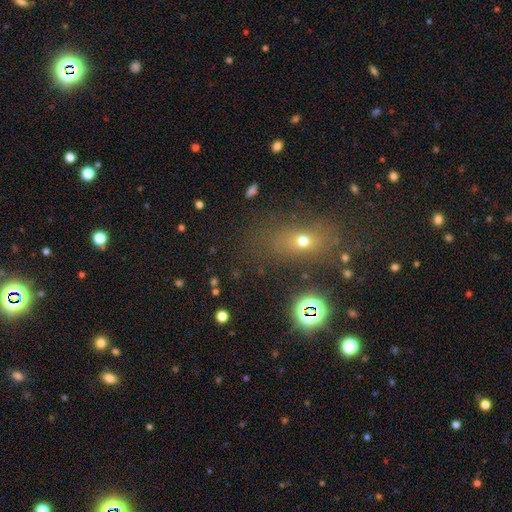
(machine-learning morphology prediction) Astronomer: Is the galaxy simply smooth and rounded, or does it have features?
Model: smooth — 47% (runner-up: star or artifact, 38%).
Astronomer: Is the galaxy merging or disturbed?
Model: none — 79%.